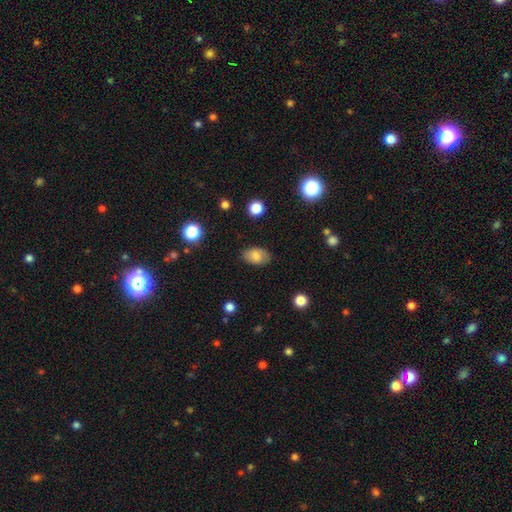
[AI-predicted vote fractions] This appears to be a smooth galaxy with no disk features (81%) that is in between round and cigar-shaped (89%). Merging: none (82%).